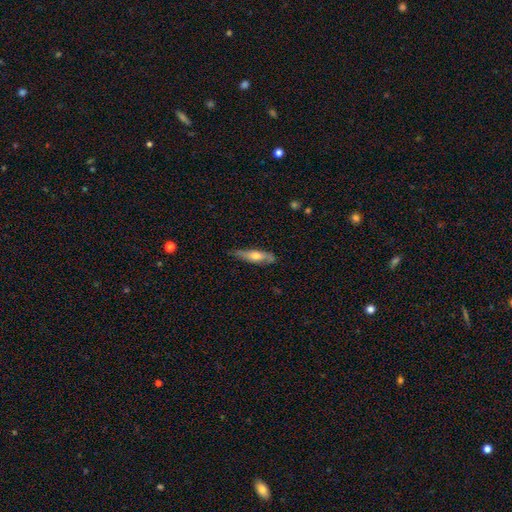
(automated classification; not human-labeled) Q: Smooth or featured?
A: smooth (49%); runner-up: featured or disk (45%)
Q: Merging?
A: none (76%); runner-up: minor disturbance (19%)